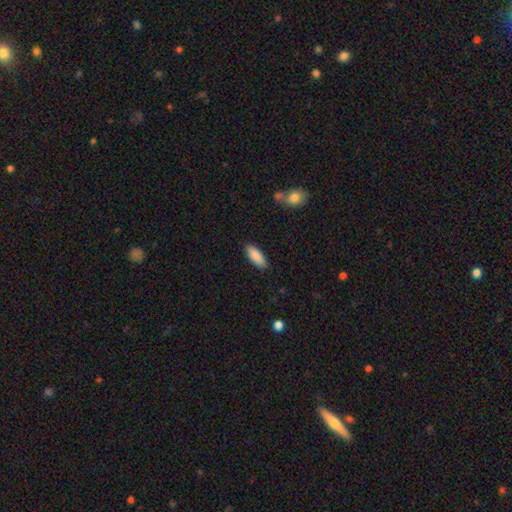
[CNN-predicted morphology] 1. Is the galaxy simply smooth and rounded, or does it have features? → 88% smooth, 6% star or artifact, 6% featured or disk.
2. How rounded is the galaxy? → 76% in between, 22% cigar-shaped, 2% round.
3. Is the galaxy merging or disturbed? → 87% none, 9% minor disturbance, 2% major disturbance, 1% merger.